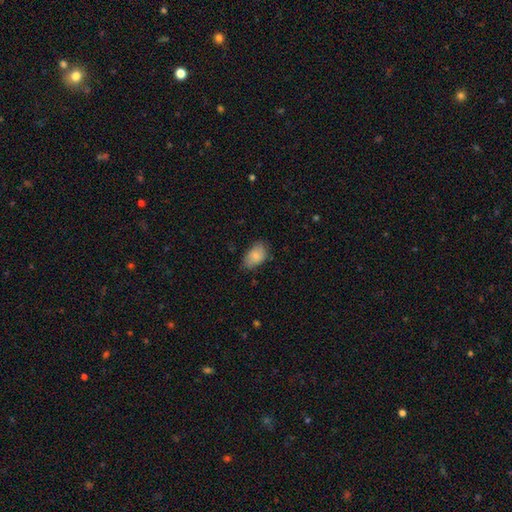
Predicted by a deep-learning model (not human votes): Morphology: type=smooth (83%); roundness=in between (91%); merging=none (68%).